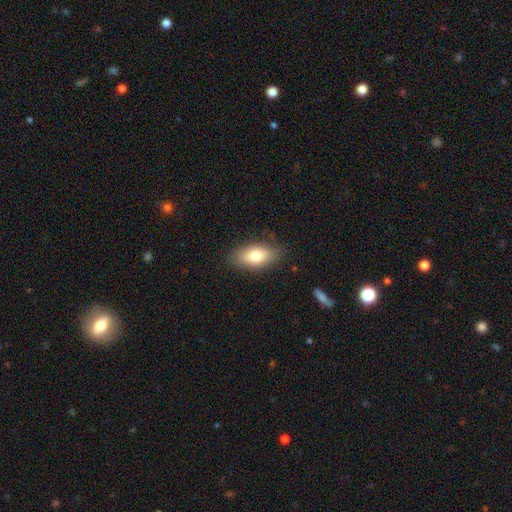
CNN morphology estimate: Q: Smooth or featured?
A: smooth (78%); runner-up: featured or disk (15%)
Q: How rounded?
A: in between (87%); runner-up: cigar-shaped (8%)
Q: Merging?
A: none (84%); runner-up: minor disturbance (12%)